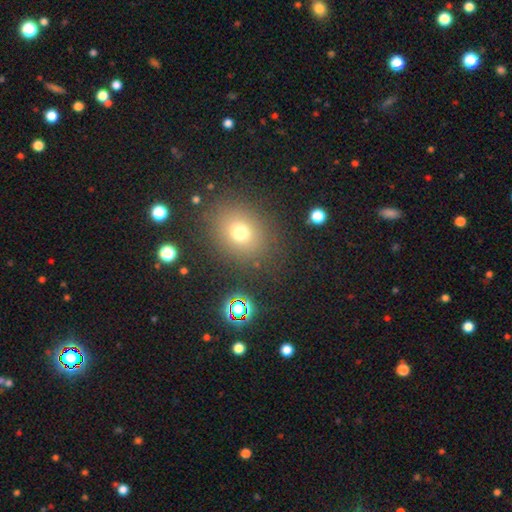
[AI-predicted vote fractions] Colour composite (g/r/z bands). It shows a smooth galaxy with no disk features (57%) that is round (65%). Merging: none (89%).